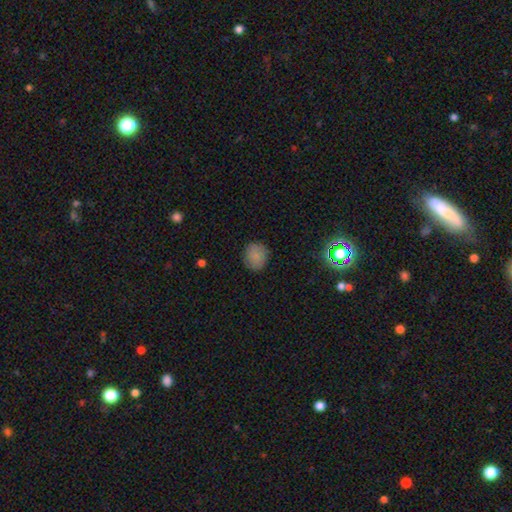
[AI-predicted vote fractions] Overall: smooth (84%). How rounded: round (78%). Merging: none (87%).